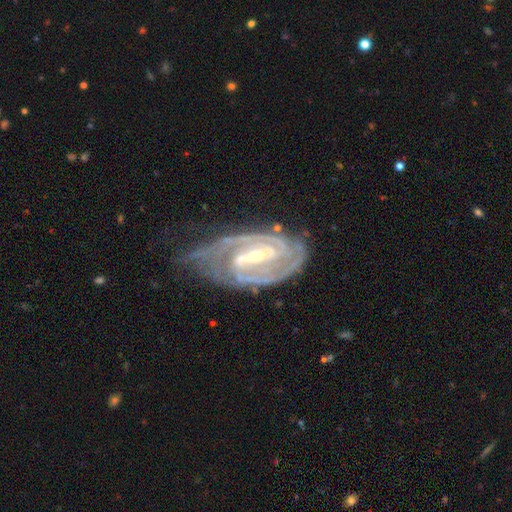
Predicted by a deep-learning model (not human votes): featured or disk 92%, star or artifact 5%, smooth 3%. Down the decision tree: edge-on disk — no (96%); bar — strong (62%); spiral arms — yes (98%); spiral arm count — 2 (61%); spiral winding — tight (65%); bulge size — small (62%); merging — none (58%).